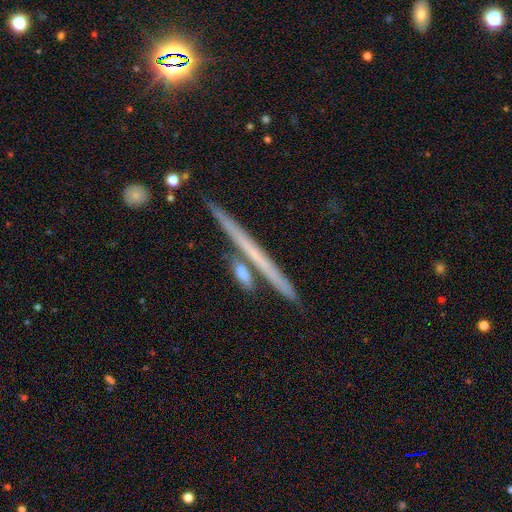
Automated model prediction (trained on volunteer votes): This is likely a featured or disk galaxy (60%). It is clearly viewed edge-on (97%). Edge-on bulge: clearly none (86%). Merging: clearly none (83%).